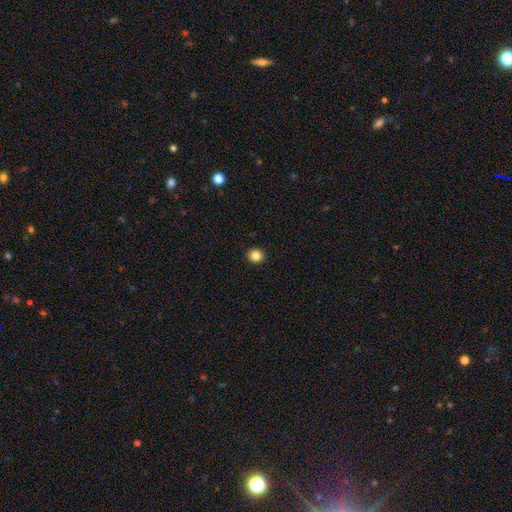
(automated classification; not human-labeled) Smooth or featured: smooth — 84% (star or artifact — 11%)
How rounded: round — 83% (in between — 16%)
Merging: none — 92% (minor disturbance — 6%)